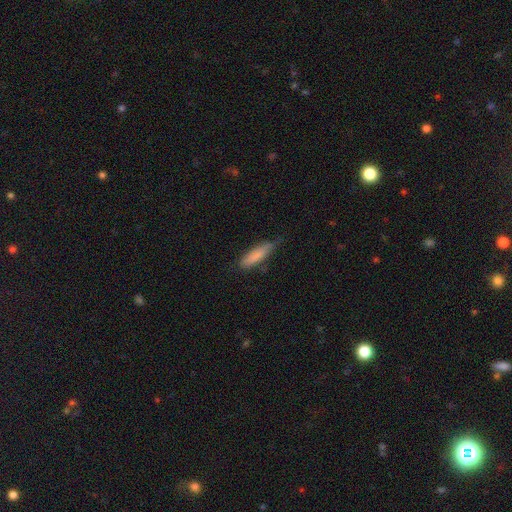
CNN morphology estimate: Smooth or featured: smooth — 83% (featured or disk — 11%)
How rounded: cigar-shaped — 69% (in between — 30%)
Merging: none — 63% (minor disturbance — 30%)